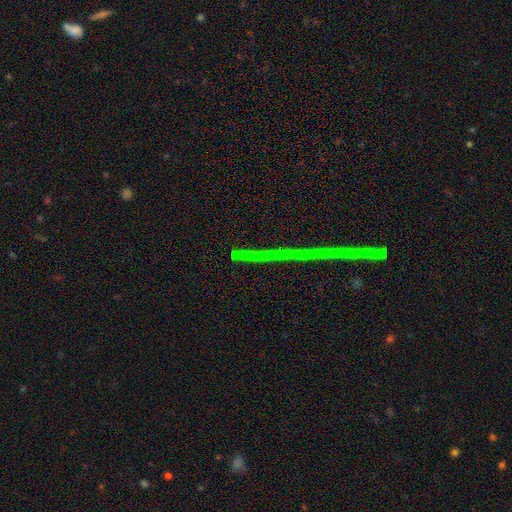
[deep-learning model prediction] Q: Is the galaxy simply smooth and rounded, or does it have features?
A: star or artifact — 79%.